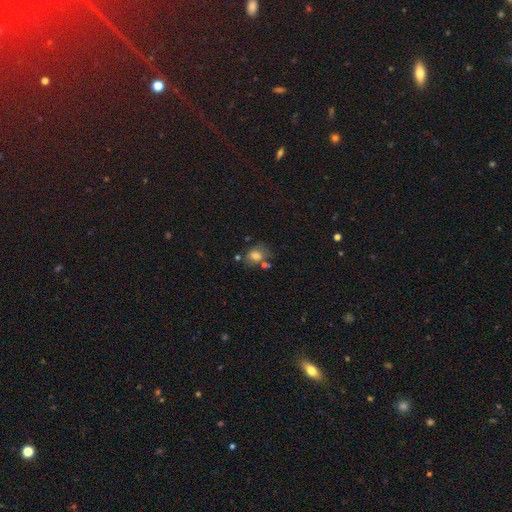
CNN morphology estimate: Smooth or featured? Predicted: smooth (p=0.74). How rounded? Predicted: round (p=0.53). Merging? Predicted: none (p=0.56).